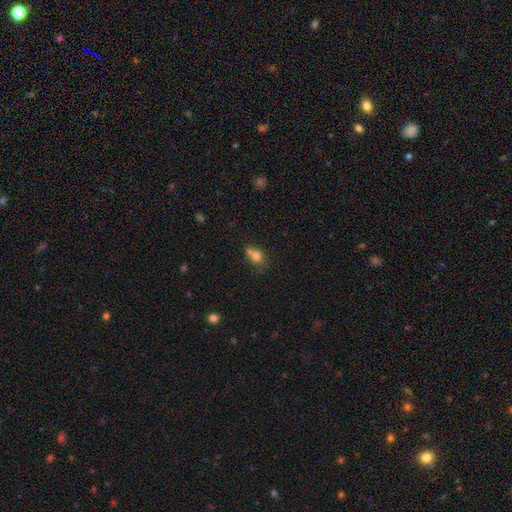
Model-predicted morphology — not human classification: Q: Smooth or featured?
A: smooth (75%); runner-up: featured or disk (13%)
Q: How rounded?
A: round (60%); runner-up: in between (38%)
Q: Merging?
A: merger (41%); runner-up: none (40%)